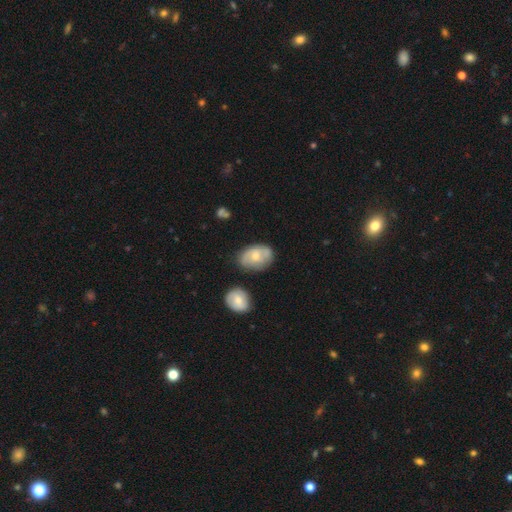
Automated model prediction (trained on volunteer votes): Smooth or featured? Predicted: smooth (p=0.56). How rounded? Predicted: in between (p=0.83). Merging? Predicted: none (p=0.64).